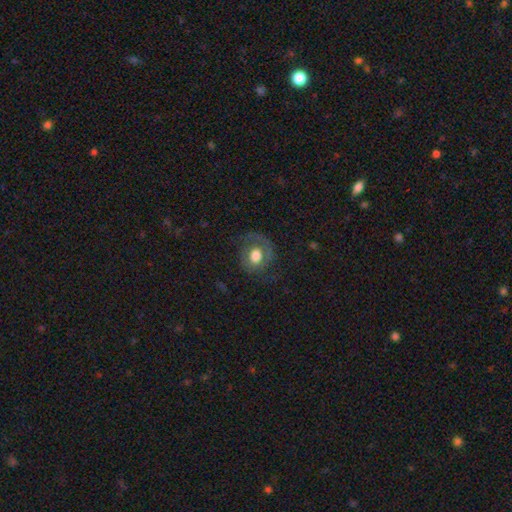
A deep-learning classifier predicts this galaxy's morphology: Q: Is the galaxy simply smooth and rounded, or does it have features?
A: smooth — 52%.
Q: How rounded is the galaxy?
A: round — 65%.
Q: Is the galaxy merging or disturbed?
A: none — 62%.